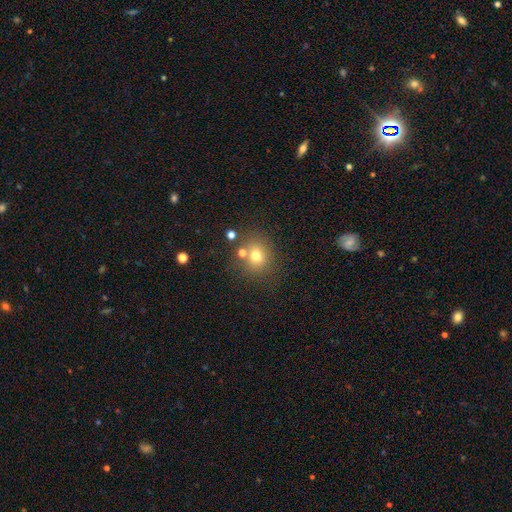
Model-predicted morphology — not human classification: Overall: smooth (71%). How rounded: round (81%). Merging: none (71%).